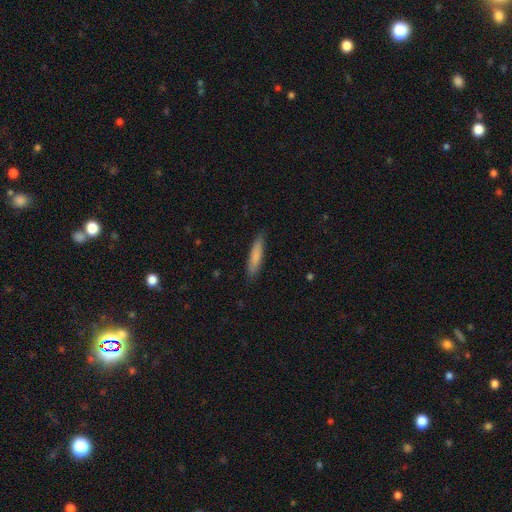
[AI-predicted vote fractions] Smooth or featured? Predicted: smooth (p=0.81). How rounded? Predicted: cigar-shaped (p=0.86). Merging? Predicted: none (p=0.88).